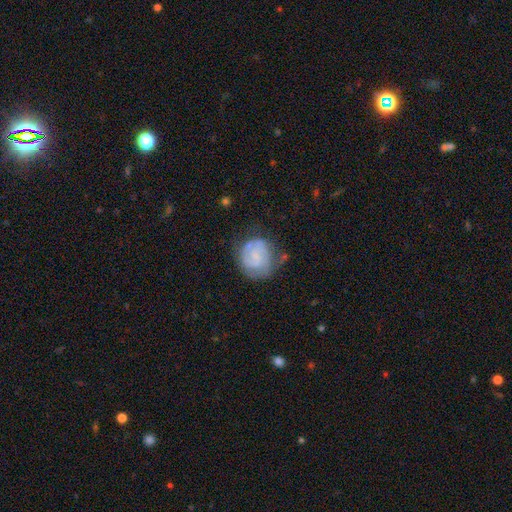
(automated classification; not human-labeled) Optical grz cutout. It shows a featured or disk galaxy (63%) with no bar (59%), 2 (50%) tight (56%) spiral arms (86%) and a small central bulge (40%, tied with none). Merging: none (61%).